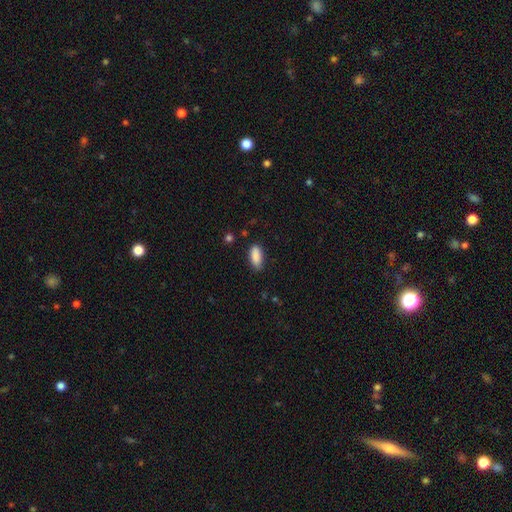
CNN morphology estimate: smooth-or-featured: smooth: 89% | star or artifact: 7% | featured or disk: 4%
  how-rounded: in between: 87% | cigar-shaped: 11% | round: 2%
  merging: none: 79% | minor disturbance: 16% | major disturbance: 3% | merger: 1%